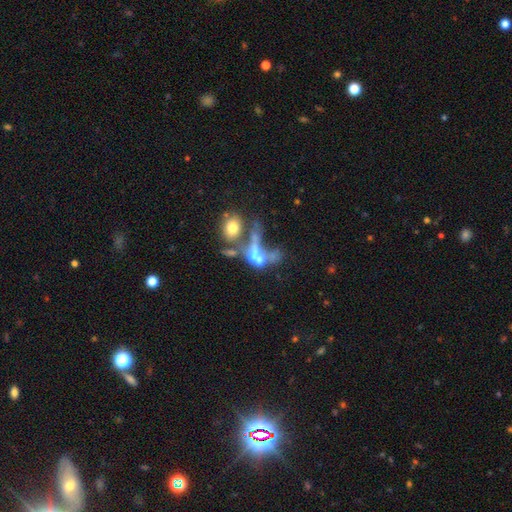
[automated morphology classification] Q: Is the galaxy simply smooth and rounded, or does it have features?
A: featured or disk — 46%.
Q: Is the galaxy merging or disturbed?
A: merger — 55%.